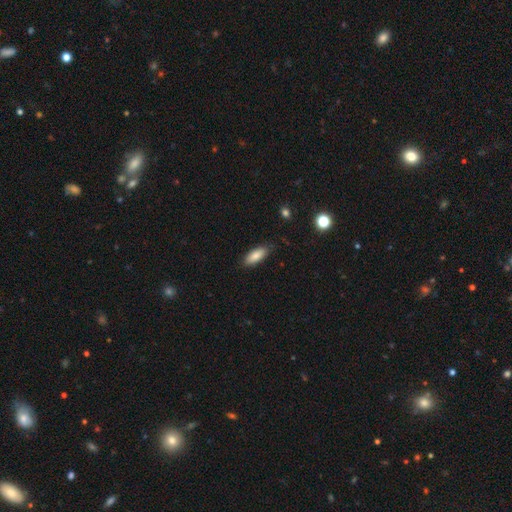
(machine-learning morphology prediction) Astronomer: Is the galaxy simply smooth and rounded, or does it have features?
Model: smooth — 84%.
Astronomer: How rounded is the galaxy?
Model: in between — 76%.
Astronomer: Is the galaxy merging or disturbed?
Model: none — 82%.